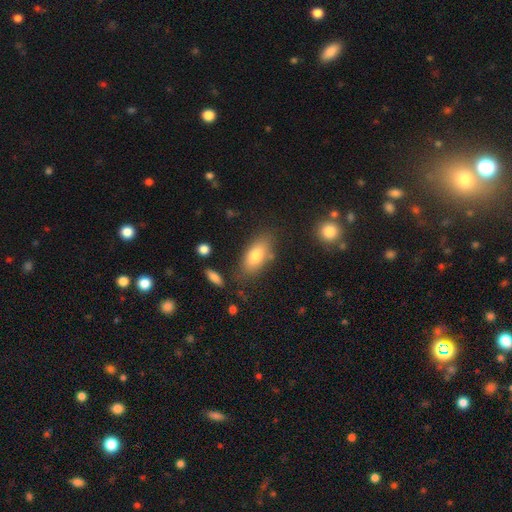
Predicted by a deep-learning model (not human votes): smooth 77%, featured or disk 15%, star or artifact 8%. Down the decision tree: how rounded — in between (87%); merging — none (75%).